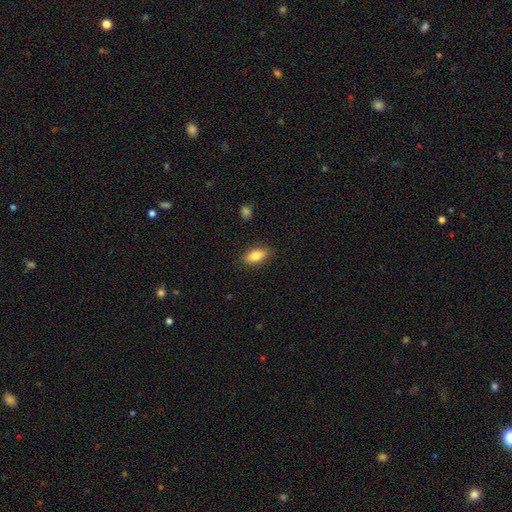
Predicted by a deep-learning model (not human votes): A smooth galaxy with no disk features (82%) that is in between round and cigar-shaped (86%). Merging: none (86%).